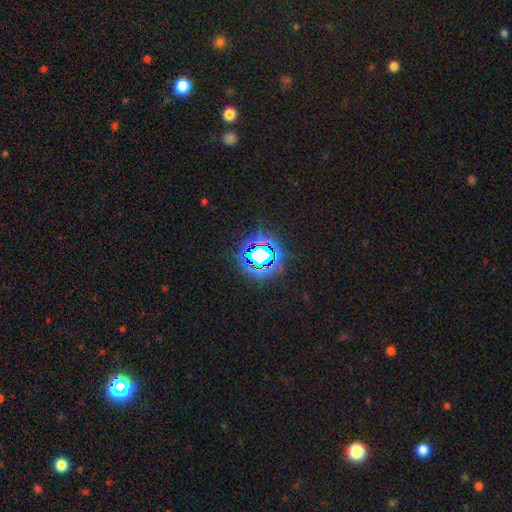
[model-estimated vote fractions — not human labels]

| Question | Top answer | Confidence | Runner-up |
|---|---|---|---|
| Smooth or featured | star or artifact | 68% | smooth (20%) |